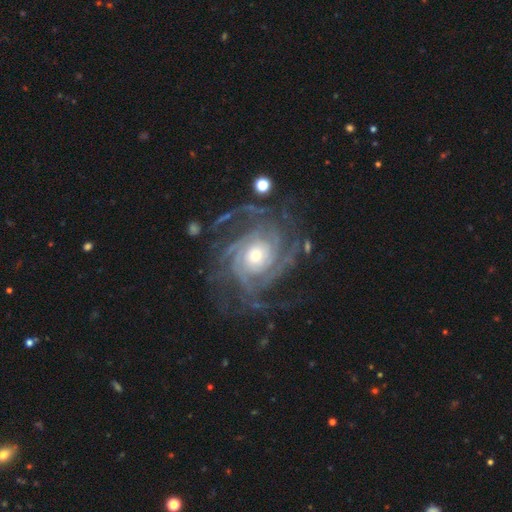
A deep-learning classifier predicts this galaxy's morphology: A featured or disk galaxy (91%) with no bar (76%), 4 (23%) tight (66%) spiral arms (98%) and a moderate central bulge (48%).

Vote fractions:
- Smooth or featured? featured or disk: 91% / star or artifact: 5% / smooth: 4%
- Edge-on disk? no: 97% / yes: 3%
- Bar? no: 76% / weak: 17% / strong: 7%
- Spiral arms? yes: 98% / no: 2%
- Spiral winding? tight: 66% / medium: 27% / loose: 7%
- Spiral arm count? 4: 23% / can't tell: 21% / more than 4: 19% / 3: 16% / 2: 12% / 1: 9%
- Bulge size? moderate: 48% / small: 43% / large: 8% / dominant: 1% / none: 1%
- Merging? none: 66% / major disturbance: 16% / minor disturbance: 16% / merger: 2%